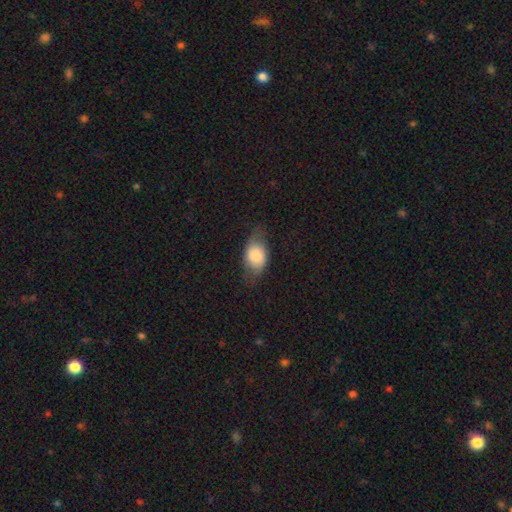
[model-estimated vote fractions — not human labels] Smooth or featured: smooth — 74% (featured or disk — 18%)
How rounded: in between — 78% (round — 19%)
Merging: none — 61% (minor disturbance — 26%)